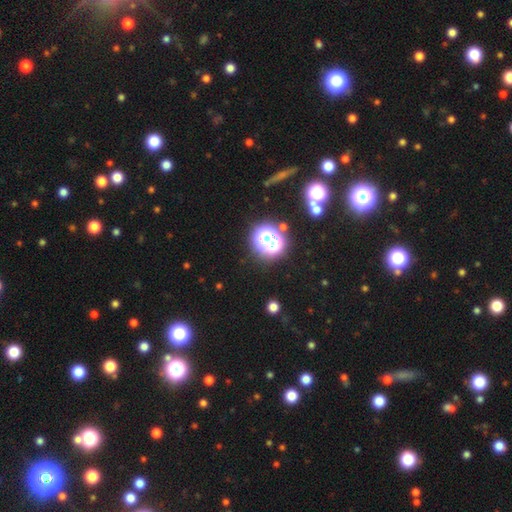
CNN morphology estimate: Q: Smooth or featured?
A: star or artifact (72%); runner-up: smooth (19%)